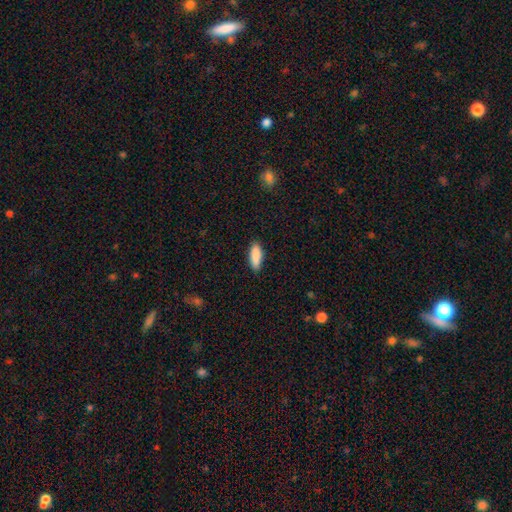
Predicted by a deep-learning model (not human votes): A smooth galaxy with no disk features (89%) that is in between round and cigar-shaped (66%).

Vote fractions:
- Smooth or featured? smooth: 89% / star or artifact: 6% / featured or disk: 5%
- How rounded? in between: 66% / cigar-shaped: 32% / round: 2%
- Merging? none: 87% / minor disturbance: 10% / major disturbance: 2% / merger: 1%